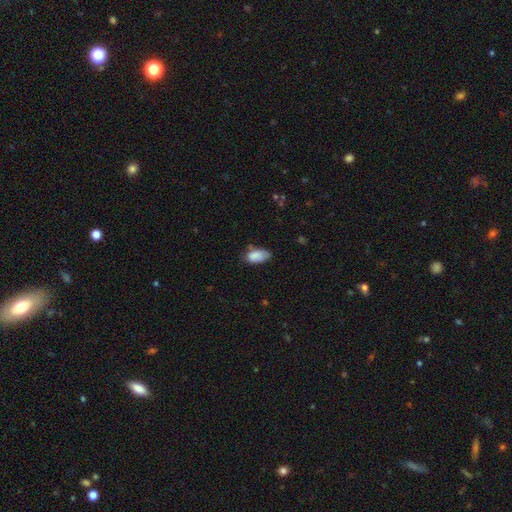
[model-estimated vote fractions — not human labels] A smooth galaxy with no disk features (81%) that is in between round and cigar-shaped (92%).

Vote fractions:
- Smooth or featured? smooth: 81% / featured or disk: 10% / star or artifact: 9%
- How rounded? in between: 92% / round: 5% / cigar-shaped: 3%
- Merging? none: 47% / minor disturbance: 38% / major disturbance: 11% / merger: 4%